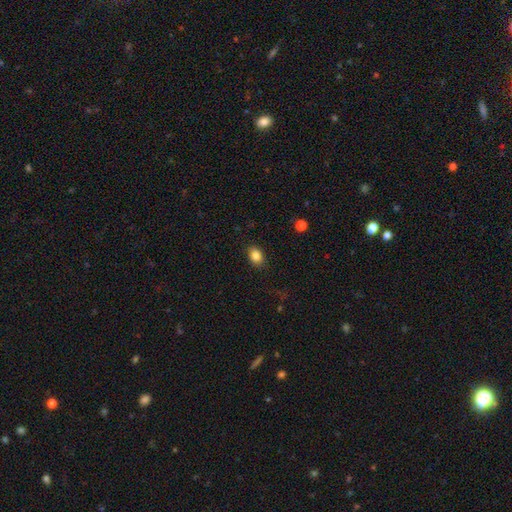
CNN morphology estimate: A smooth galaxy with no disk features (85%) that is in between round and cigar-shaped (73%). Merging: none (88%).